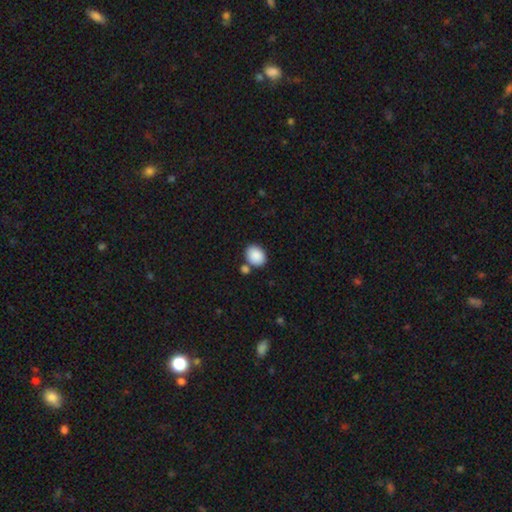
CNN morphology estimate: This appears to be a smooth galaxy with no disk features (89%) that is in between round and cigar-shaped (68%). Merging: none (71%).